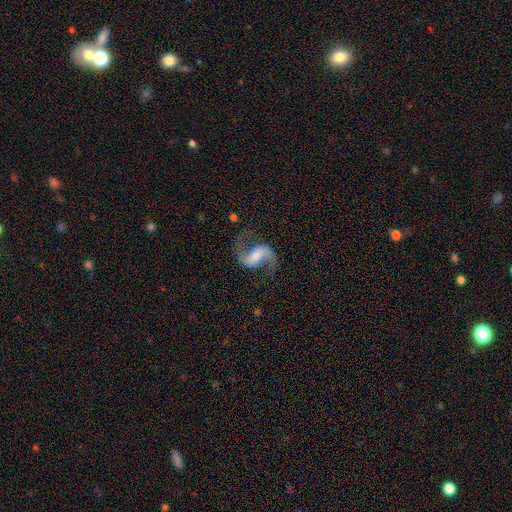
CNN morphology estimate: smooth_or_featured: featured or disk (p=0.89) [alt: smooth p=0.06]
disk_edge_on: no (p=0.98) [alt: yes p=0.02]
bar: weak (p=0.42) [alt: strong p=0.36]
has_spiral_arms: yes (p=0.97) [alt: no p=0.03]
spiral_winding: loose (p=0.67) [alt: medium p=0.28]
spiral_arm_count: 2 (p=0.94) [alt: 1 p=0.02]
bulge_size: moderate (p=0.42) [alt: small p=0.40]
merging: none (p=0.78) [alt: minor disturbance p=0.12]